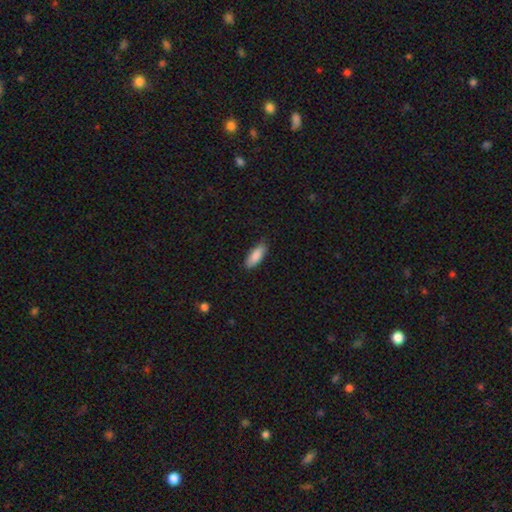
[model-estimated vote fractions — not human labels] Smooth or featured?
  - smooth: 88% *
  - star or artifact: 6%
  - featured or disk: 6%
How rounded?
  - in between: 74% *
  - cigar-shaped: 24%
  - round: 2%
Merging?
  - none: 84% *
  - minor disturbance: 13%
  - major disturbance: 2%
  - merger: 1%